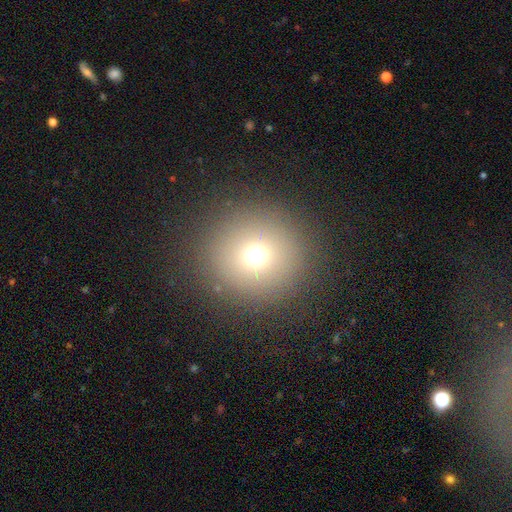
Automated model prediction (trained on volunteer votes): Smooth or featured? Predicted: smooth (p=0.69). How rounded? Predicted: round (p=0.93). Merging? Predicted: none (p=0.89).